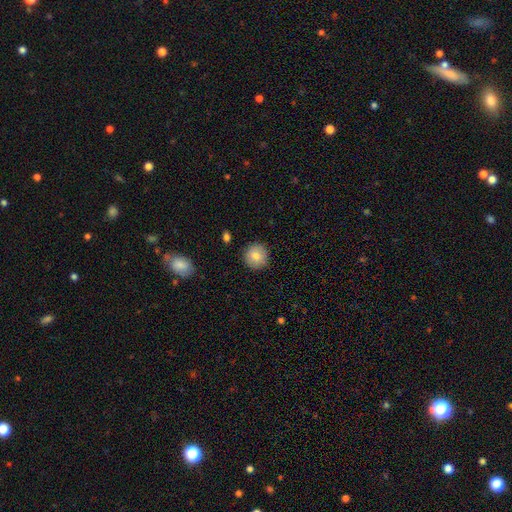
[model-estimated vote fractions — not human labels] A smooth galaxy with no disk features (78%) that is round (94%).

Vote fractions:
- Smooth or featured? smooth: 78% / featured or disk: 14% / star or artifact: 8%
- How rounded? round: 94% / in between: 5% / cigar-shaped: 1%
- Merging? none: 89% / minor disturbance: 7% / major disturbance: 2% / merger: 1%